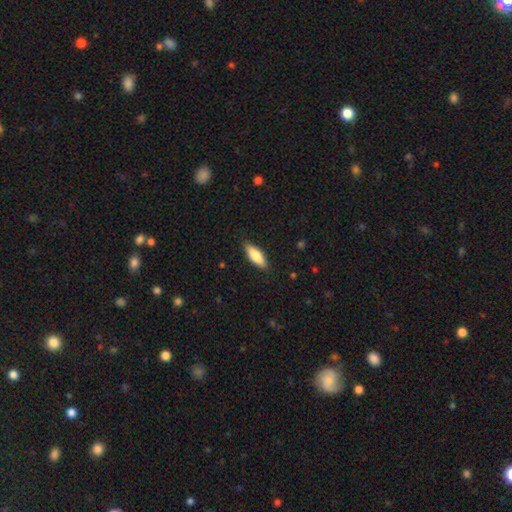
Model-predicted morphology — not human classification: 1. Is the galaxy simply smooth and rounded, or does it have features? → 73% smooth, 21% featured or disk, 6% star or artifact.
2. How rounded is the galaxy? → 61% in between, 37% cigar-shaped, 2% round.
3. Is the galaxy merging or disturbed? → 88% none, 9% minor disturbance, 2% major disturbance, 1% merger.